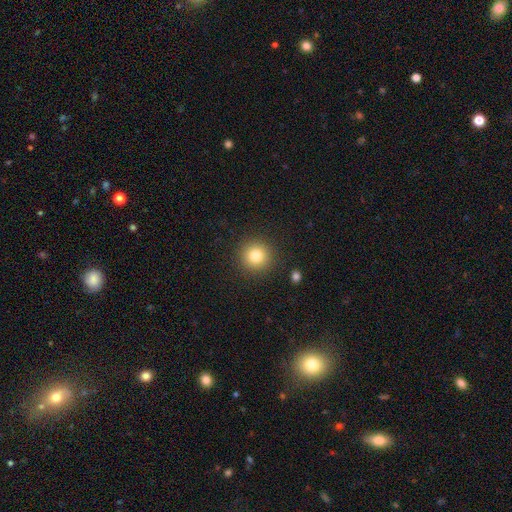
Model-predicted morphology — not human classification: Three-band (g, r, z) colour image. It shows a smooth galaxy with no disk features (80%) that is round (95%). Merging: none (91%).